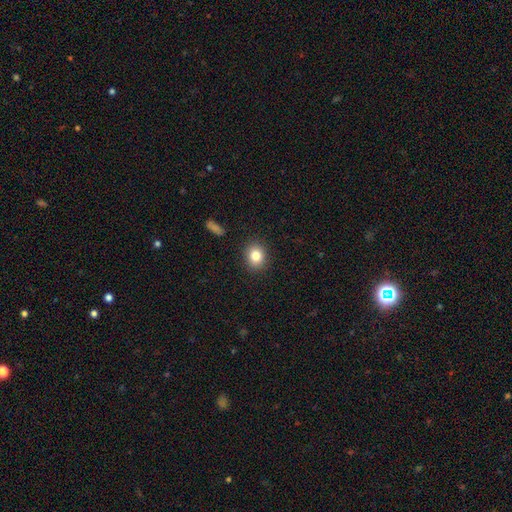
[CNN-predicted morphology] type=smooth (82%); roundness=round (65%); merging=none (89%).